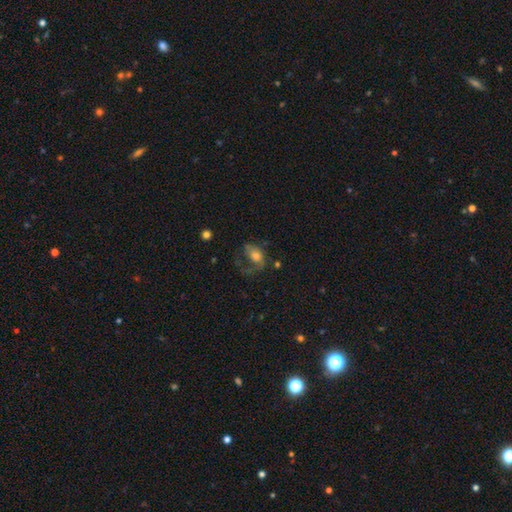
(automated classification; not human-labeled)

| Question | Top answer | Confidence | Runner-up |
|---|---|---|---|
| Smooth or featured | featured or disk | 47% | smooth (40%) |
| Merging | major disturbance | 49% | none (31%) |